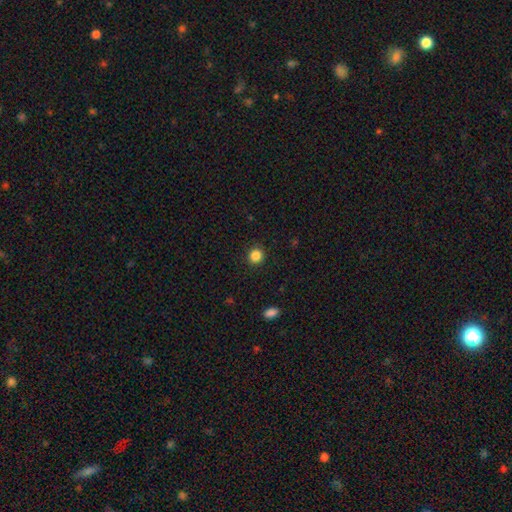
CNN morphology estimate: Smooth or featured?
  - smooth: 85% *
  - star or artifact: 11%
  - featured or disk: 4%
How rounded?
  - round: 92% *
  - in between: 7%
  - cigar-shaped: 1%
Merging?
  - none: 92% *
  - minor disturbance: 5%
  - major disturbance: 2%
  - merger: 1%